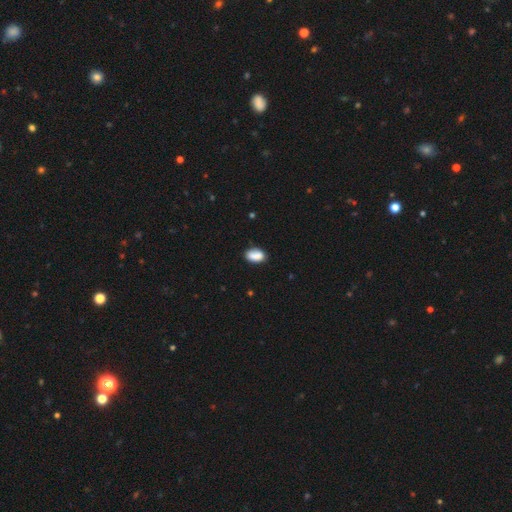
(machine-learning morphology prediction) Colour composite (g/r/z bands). It shows a smooth galaxy with no disk features (84%) that is in between round and cigar-shaped (90%). Merging: none (70%).